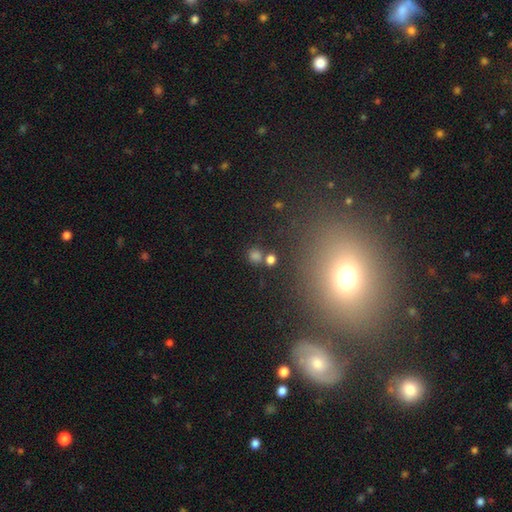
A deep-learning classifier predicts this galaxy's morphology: A smooth galaxy with no disk features (72%) that is round (89%). Merging: none (76%).